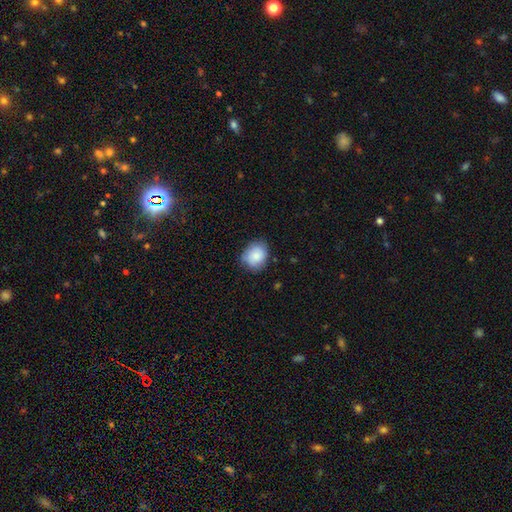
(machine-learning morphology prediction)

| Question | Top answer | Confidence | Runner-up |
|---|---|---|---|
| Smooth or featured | smooth | 83% | featured or disk (9%) |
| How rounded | round | 60% | in between (39%) |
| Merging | none | 74% | minor disturbance (21%) |